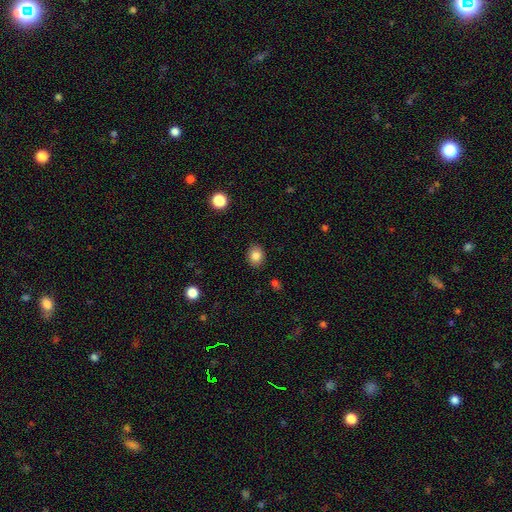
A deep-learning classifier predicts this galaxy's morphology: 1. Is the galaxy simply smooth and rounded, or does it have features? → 84% smooth, 10% star or artifact, 7% featured or disk.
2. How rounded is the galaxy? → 53% round, 46% in between, 1% cigar-shaped.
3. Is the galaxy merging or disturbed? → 89% none, 8% minor disturbance, 2% major disturbance, 1% merger.